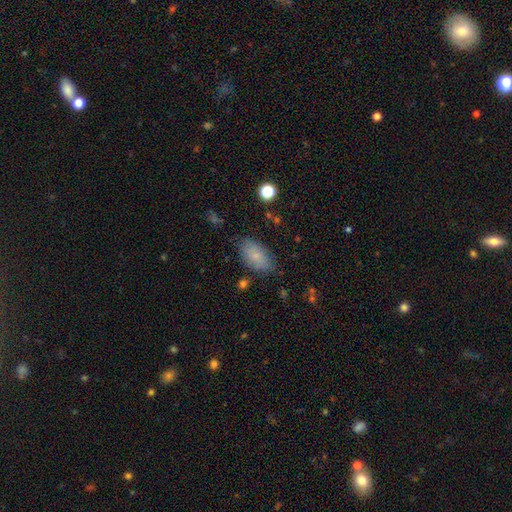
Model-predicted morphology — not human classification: smooth-or-featured: smooth: 79% | featured or disk: 13% | star or artifact: 8%
  how-rounded: in between: 92% | round: 5% | cigar-shaped: 3%
  merging: none: 78% | minor disturbance: 16% | major disturbance: 4% | merger: 2%